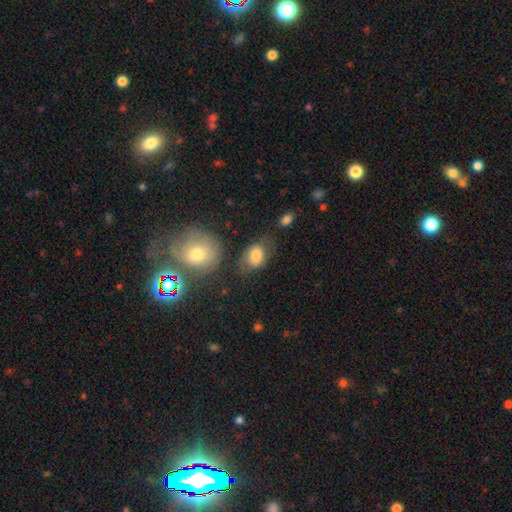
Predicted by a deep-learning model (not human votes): This appears to be a smooth galaxy with no disk features (78%) that is in between round and cigar-shaped (78%). Merging: none (54%).